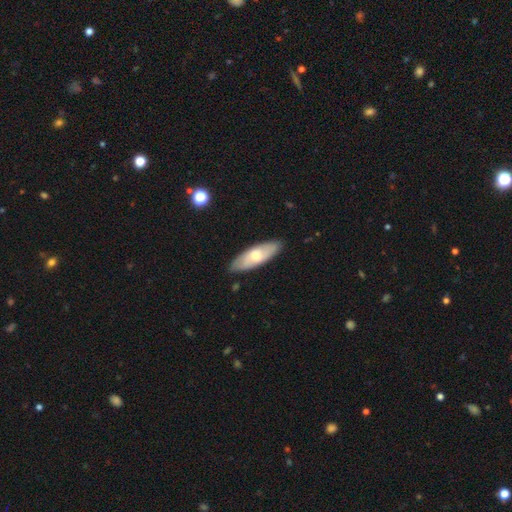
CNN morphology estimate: A smooth galaxy with no disk features (56%) that is in between round and cigar-shaped (69%). Merging: none (85%).